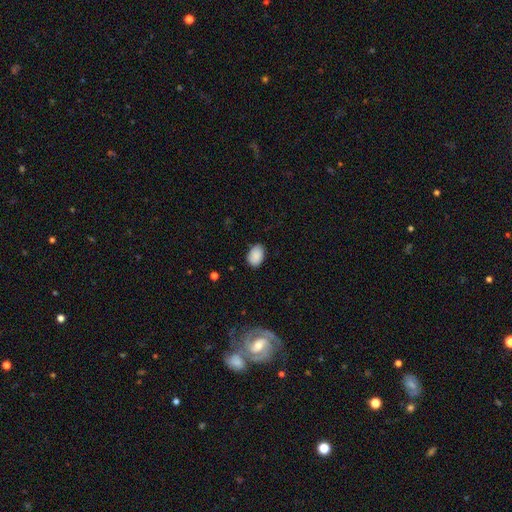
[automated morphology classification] Smooth or featured? Predicted: smooth (p=0.90). How rounded? Predicted: in between (p=0.84). Merging? Predicted: none (p=0.83).